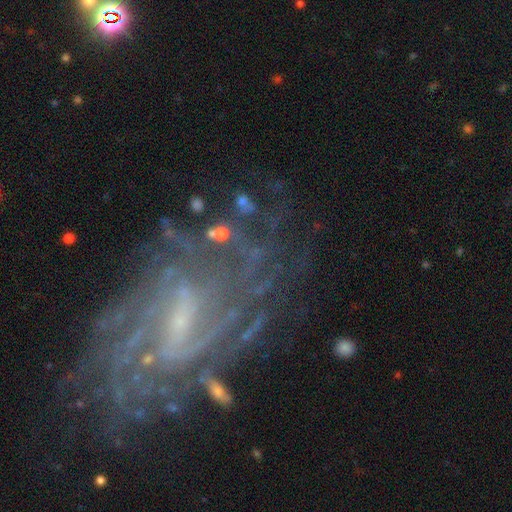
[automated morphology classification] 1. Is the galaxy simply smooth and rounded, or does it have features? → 85% featured or disk, 9% star or artifact, 6% smooth.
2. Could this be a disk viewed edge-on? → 96% no, 4% yes.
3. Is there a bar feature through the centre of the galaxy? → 49% weak, 28% no, 23% strong.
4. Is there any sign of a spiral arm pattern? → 93% yes, 7% no.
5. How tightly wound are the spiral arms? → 53% tight, 35% medium, 12% loose.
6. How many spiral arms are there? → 36% can't tell, 17% 4, 14% more than 4, 12% 2, 12% 3, 8% 1.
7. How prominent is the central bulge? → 71% small, 15% moderate, 11% none, 2% large, 1% dominant.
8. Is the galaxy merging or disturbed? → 64% none, 17% minor disturbance, 15% major disturbance, 4% merger.